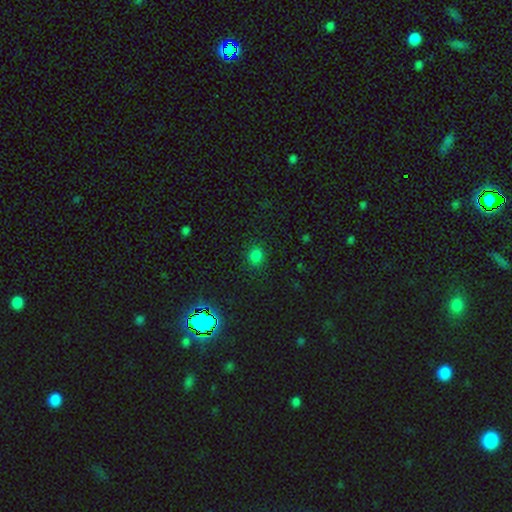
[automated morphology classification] A smooth galaxy with no disk features (76%) that is round (69%). Merging: none (86%).